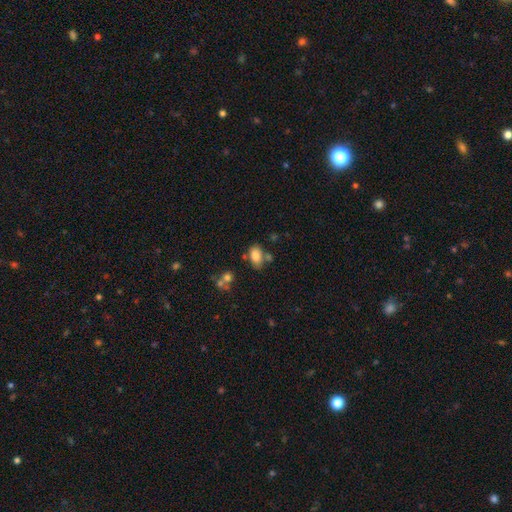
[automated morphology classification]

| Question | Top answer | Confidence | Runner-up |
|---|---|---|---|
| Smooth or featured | smooth | 82% | star or artifact (9%) |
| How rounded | in between | 90% | round (8%) |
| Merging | none | 59% | minor disturbance (18%) |